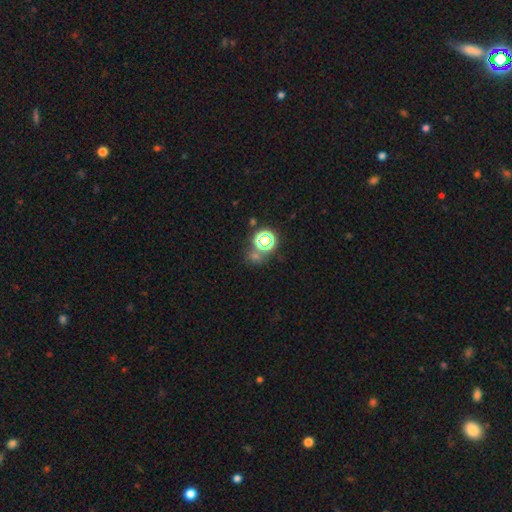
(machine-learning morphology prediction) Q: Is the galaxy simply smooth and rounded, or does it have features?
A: star or artifact — 55%.